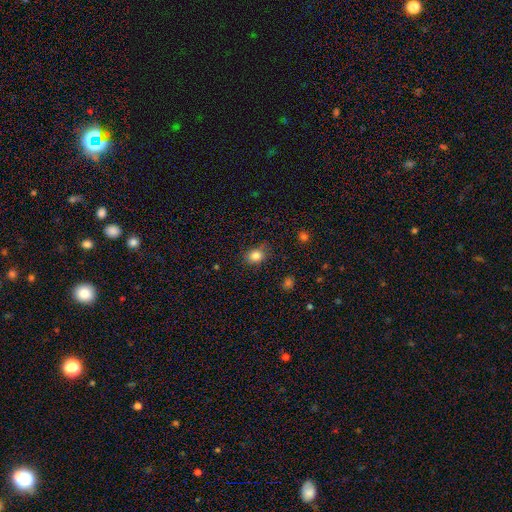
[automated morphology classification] Smooth or featured? Predicted: smooth (p=0.84). How rounded? Predicted: round (p=0.52). Merging? Predicted: none (p=0.71).